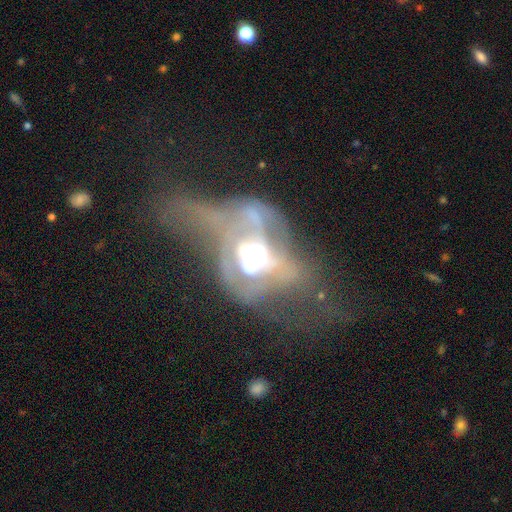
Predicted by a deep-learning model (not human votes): featured or disk 71%, smooth 17%, star or artifact 11%. Down the decision tree: edge-on disk — no (95%); bar — no (65%); spiral arms — yes (50%, tied with no); bulge size — moderate (45%); merging — major disturbance (56%).